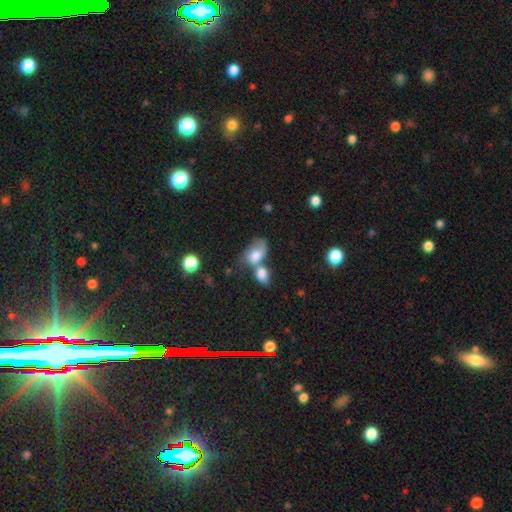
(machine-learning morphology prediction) This is likely a smooth galaxy (72%). How rounded: clearly in between (86%). Merging: possibly merger (59%).